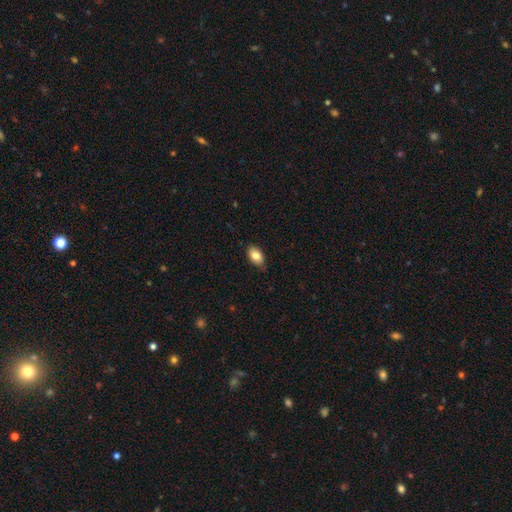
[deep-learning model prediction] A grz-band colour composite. It shows a smooth galaxy with no disk features (83%) that is in between round and cigar-shaped (91%). Merging: none (80%).